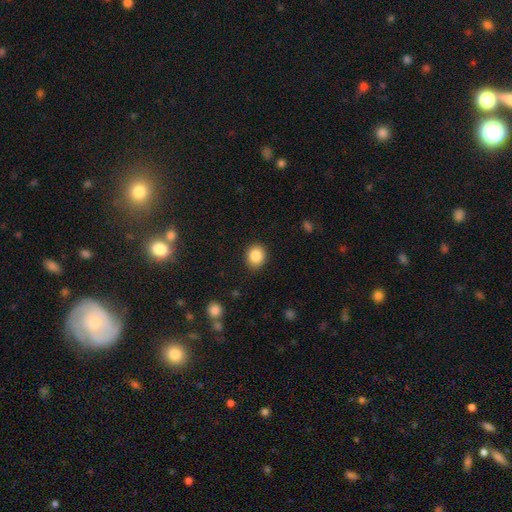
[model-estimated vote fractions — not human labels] A smooth galaxy with no disk features (86%) that is round (73%).

Vote fractions:
- Smooth or featured? smooth: 86% / star or artifact: 9% / featured or disk: 5%
- How rounded? round: 73% / in between: 26% / cigar-shaped: 1%
- Merging? none: 88% / minor disturbance: 8% / major disturbance: 2% / merger: 1%